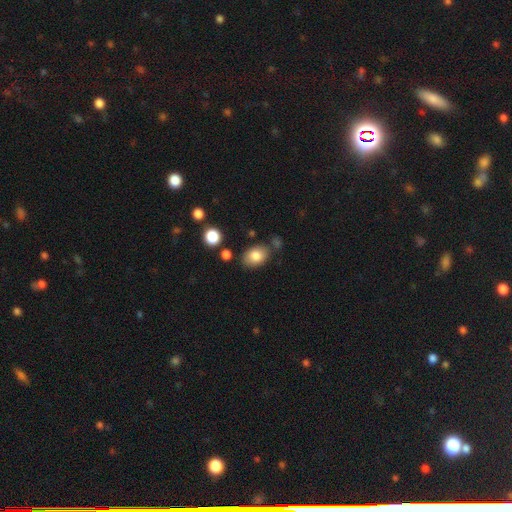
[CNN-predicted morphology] Smooth or featured? smooth (82%)
How rounded? in between (80%)
Merging? none (74%)